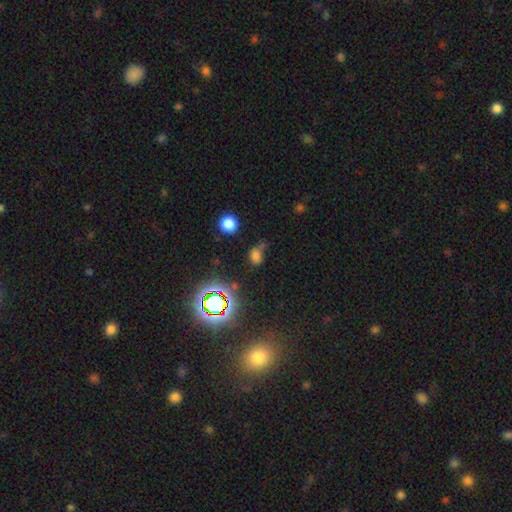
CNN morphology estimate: smooth_or_featured: smooth (p=0.58) [alt: star or artifact p=0.31]
how_rounded: in between (p=0.55) [alt: round p=0.43]
merging: none (p=0.43) [alt: minor disturbance p=0.25]